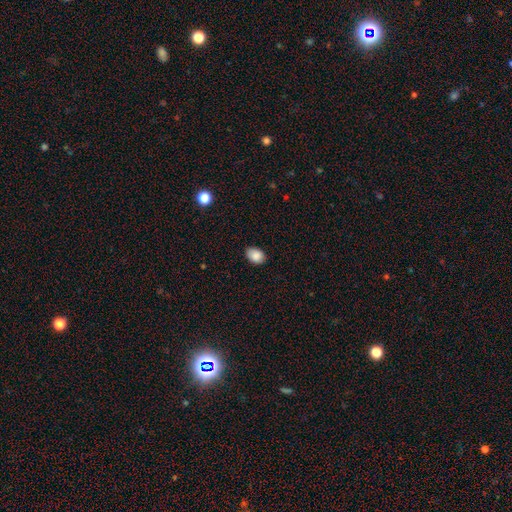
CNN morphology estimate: smooth 88%, star or artifact 8%, featured or disk 4%. Down the decision tree: how rounded — in between (80%); merging — none (81%).